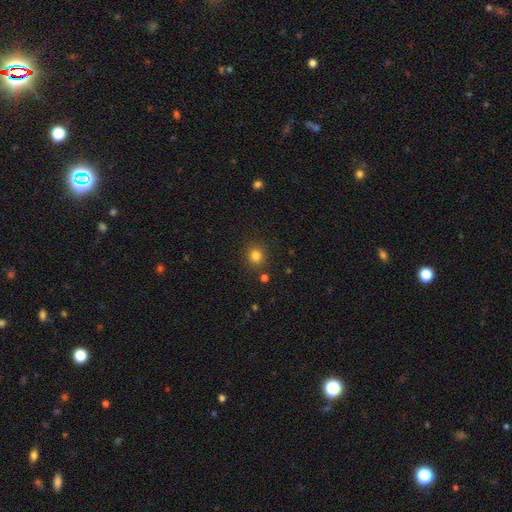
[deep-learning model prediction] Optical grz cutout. It shows a smooth galaxy with no disk features (82%) that is round (90%). Merging: none (87%).